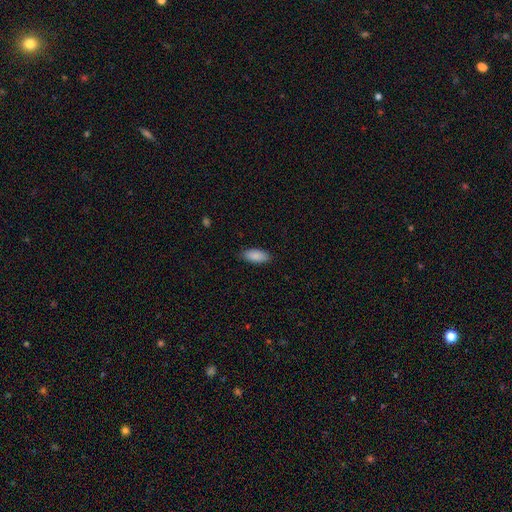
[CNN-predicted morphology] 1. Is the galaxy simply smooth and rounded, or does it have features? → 89% smooth, 6% star or artifact, 5% featured or disk.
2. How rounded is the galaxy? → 87% in between, 12% cigar-shaped, 2% round.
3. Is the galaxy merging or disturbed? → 87% none, 10% minor disturbance, 2% major disturbance, 1% merger.